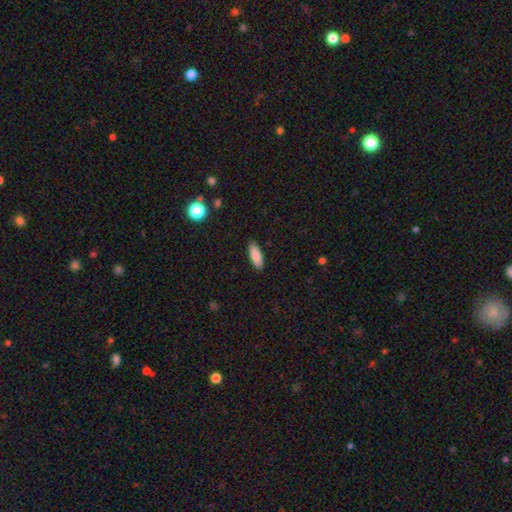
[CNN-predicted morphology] Smooth or featured? Predicted: smooth (p=0.87). How rounded? Predicted: in between (p=0.62). Merging? Predicted: none (p=0.89).